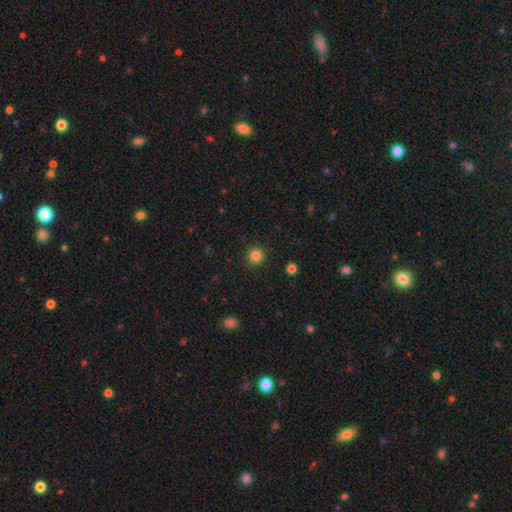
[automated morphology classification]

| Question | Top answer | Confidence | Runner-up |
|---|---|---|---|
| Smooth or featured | smooth | 84% | star or artifact (13%) |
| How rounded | round | 94% | in between (5%) |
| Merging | none | 88% | minor disturbance (8%) |